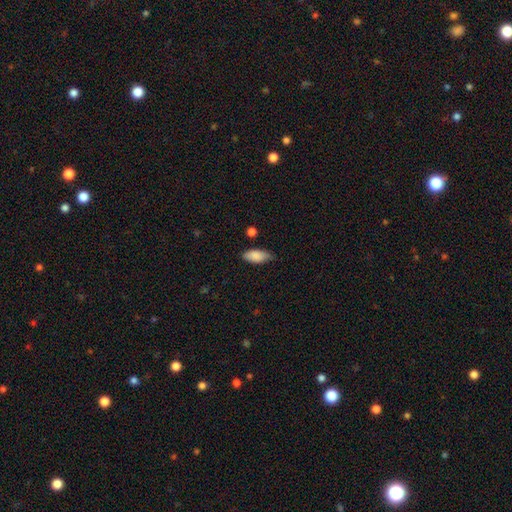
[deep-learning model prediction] smooth 87%, featured or disk 7%, star or artifact 7%. Down the decision tree: how rounded — in between (88%); merging — none (67%).